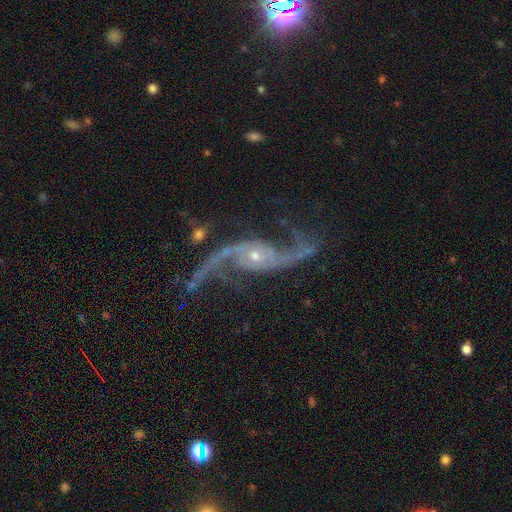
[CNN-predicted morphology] Q: Smooth or featured?
A: featured or disk (92%); runner-up: star or artifact (5%)
Q: Edge-on disk?
A: no (96%); runner-up: yes (4%)
Q: Bar?
A: no (65%); runner-up: weak (24%)
Q: Spiral arms?
A: yes (97%); runner-up: no (3%)
Q: Spiral winding?
A: loose (82%); runner-up: medium (14%)
Q: Spiral arm count?
A: 2 (93%); runner-up: can't tell (2%)
Q: Bulge size?
A: small (58%); runner-up: moderate (37%)
Q: Merging?
A: none (64%); runner-up: minor disturbance (16%)